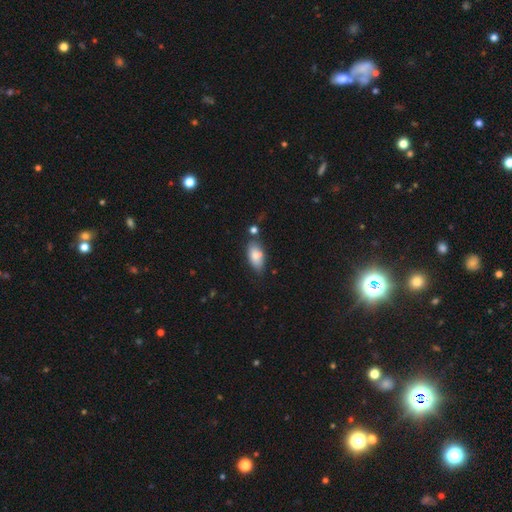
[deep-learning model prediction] Overall: smooth (81%). How rounded: in between (90%). Merging: none (66%).